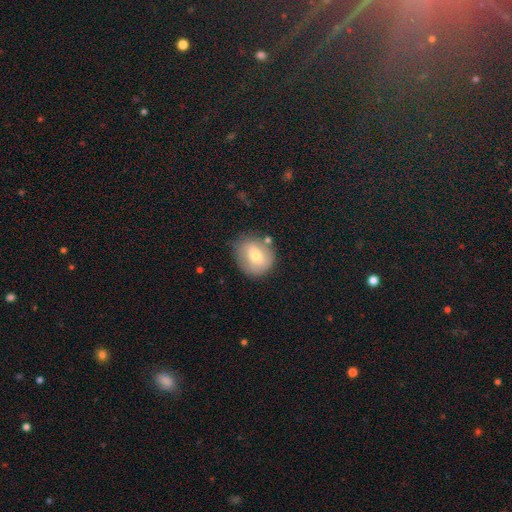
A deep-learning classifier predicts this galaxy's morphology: This is likely a smooth galaxy (61%). How rounded: likely round (78%). Merging: likely none (70%).